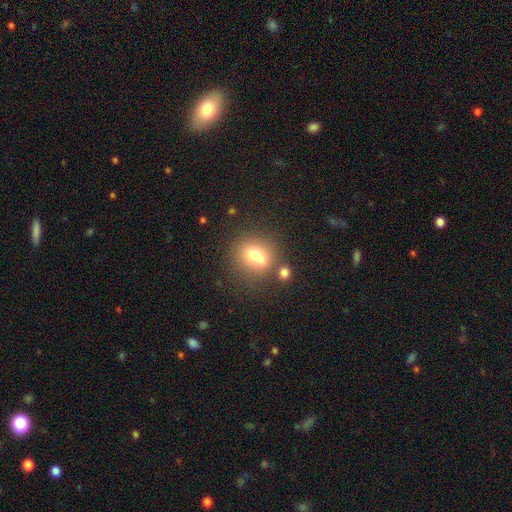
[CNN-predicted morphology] type=smooth (68%); roundness=round (49%); merging=none (52%).